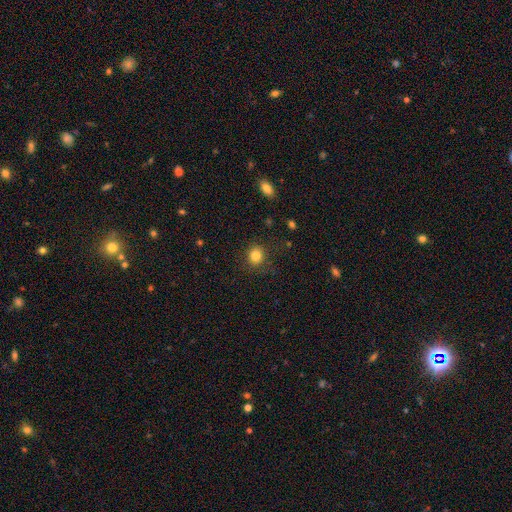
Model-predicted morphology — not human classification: smooth 83%, star or artifact 12%, featured or disk 5%. Down the decision tree: how rounded — round (82%); merging — none (83%).